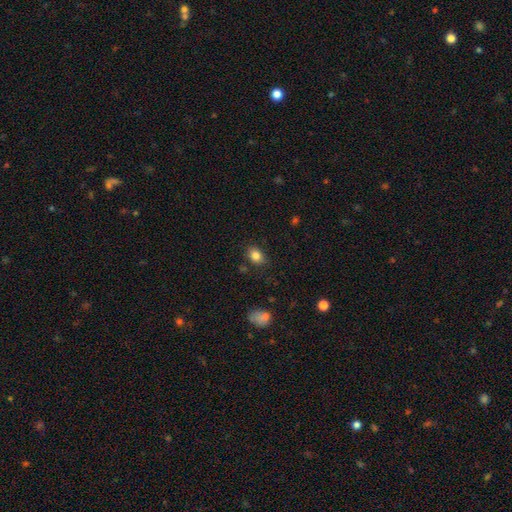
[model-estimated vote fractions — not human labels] This is clearly a smooth galaxy (84%). How rounded: likely in between (70%). Merging: clearly none (81%).